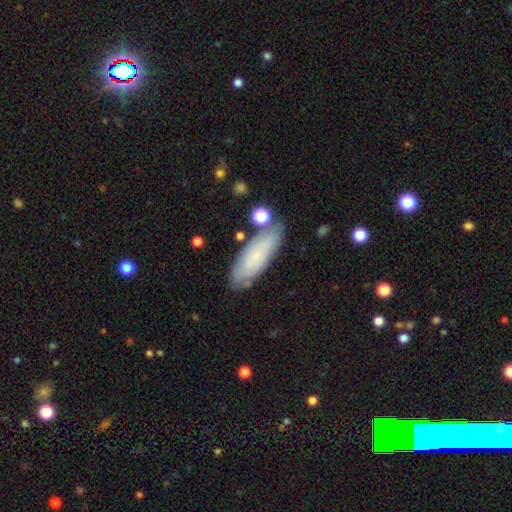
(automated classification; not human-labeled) The model was most divided on "how rounded": in between: 61%, cigar-shaped: 37%, round: 2%. More confident: merging — none (75%); smooth or featured — smooth (67%).